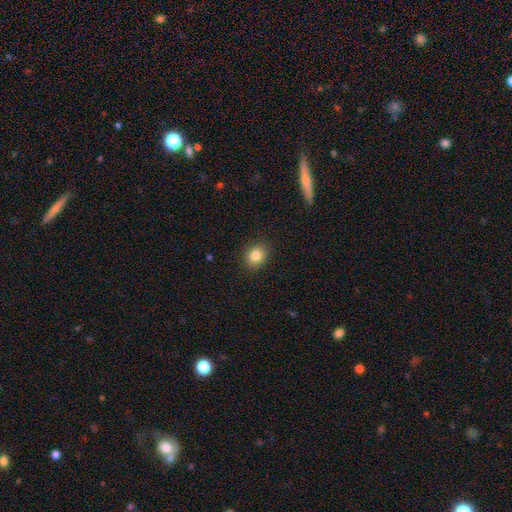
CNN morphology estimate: Smooth or featured?
  - smooth: 83% *
  - star or artifact: 10%
  - featured or disk: 6%
How rounded?
  - round: 63% *
  - in between: 37%
  - cigar-shaped: 1%
Merging?
  - none: 89% *
  - minor disturbance: 8%
  - major disturbance: 2%
  - merger: 1%